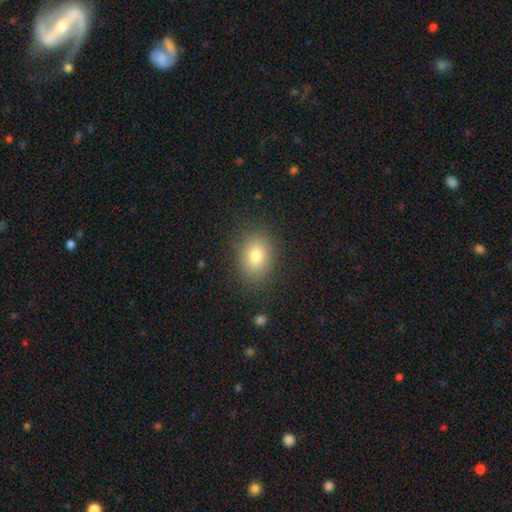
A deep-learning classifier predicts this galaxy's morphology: smooth-or-featured: smooth: 79% | star or artifact: 11% | featured or disk: 10%
  how-rounded: in between: 61% | round: 38% | cigar-shaped: 1%
  merging: none: 85% | minor disturbance: 10% | major disturbance: 3% | merger: 1%